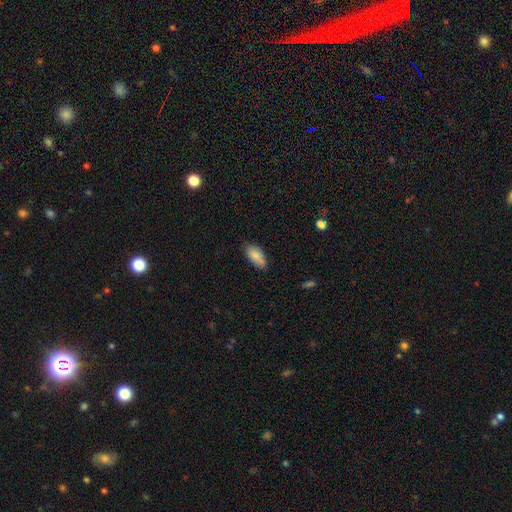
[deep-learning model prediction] This appears to be a smooth galaxy with no disk features (81%) that is in between round and cigar-shaped (92%). Merging: none (64%).